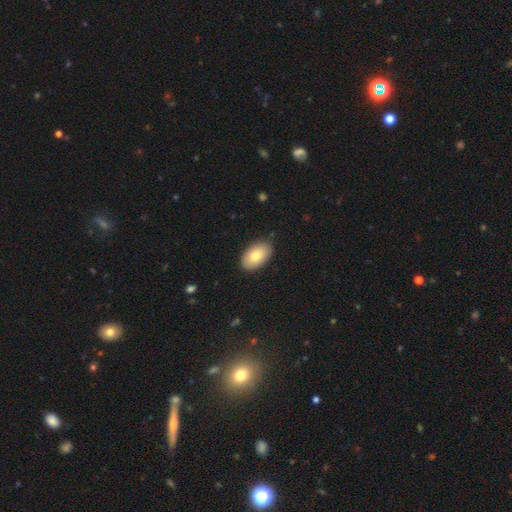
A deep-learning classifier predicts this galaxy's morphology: smooth-or-featured: smooth: 81% | featured or disk: 13% | star or artifact: 6%
  how-rounded: in between: 94% | round: 5% | cigar-shaped: 1%
  merging: none: 86% | minor disturbance: 11% | major disturbance: 2% | merger: 1%